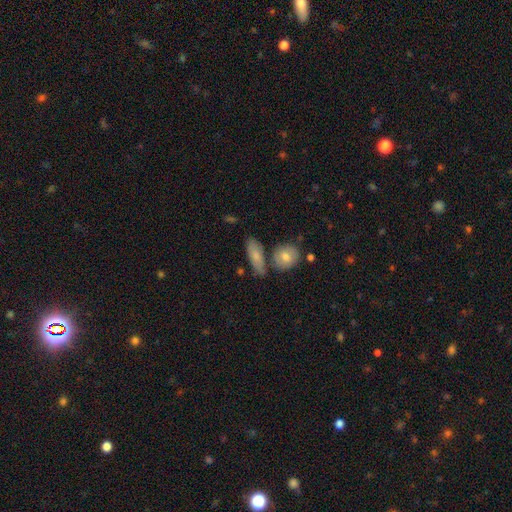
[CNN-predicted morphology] smooth 77%, featured or disk 17%, star or artifact 7%. Down the decision tree: how rounded — in between (64%); merging — none (66%).